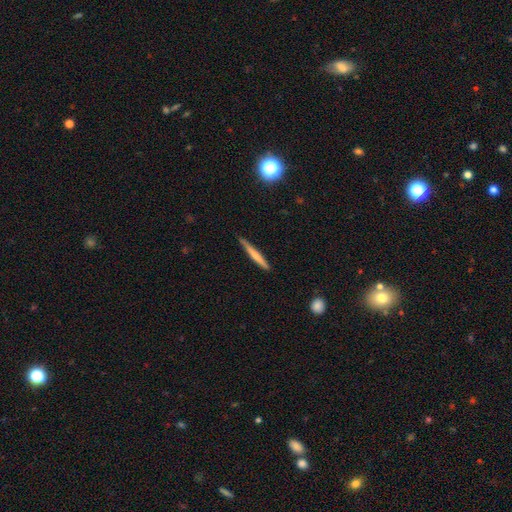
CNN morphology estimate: Smooth or featured?
  - smooth: 61% *
  - featured or disk: 34%
  - star or artifact: 6%
How rounded?
  - cigar-shaped: 96% *
  - in between: 3%
  - round: 1%
Merging?
  - none: 81% *
  - minor disturbance: 15%
  - major disturbance: 2%
  - merger: 2%